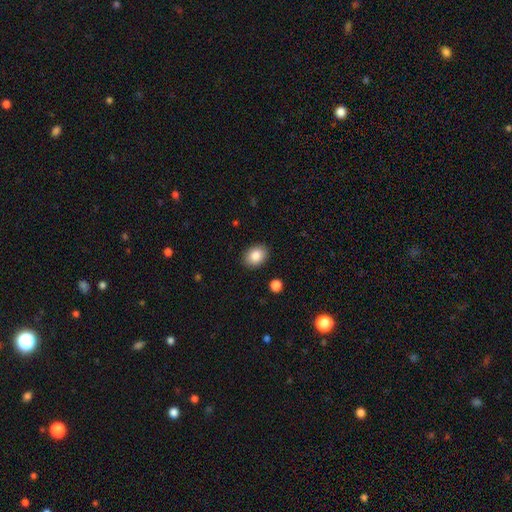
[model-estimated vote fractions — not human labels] Q: Smooth or featured?
A: smooth (86%); runner-up: star or artifact (8%)
Q: How rounded?
A: in between (60%); runner-up: round (39%)
Q: Merging?
A: none (89%); runner-up: minor disturbance (7%)